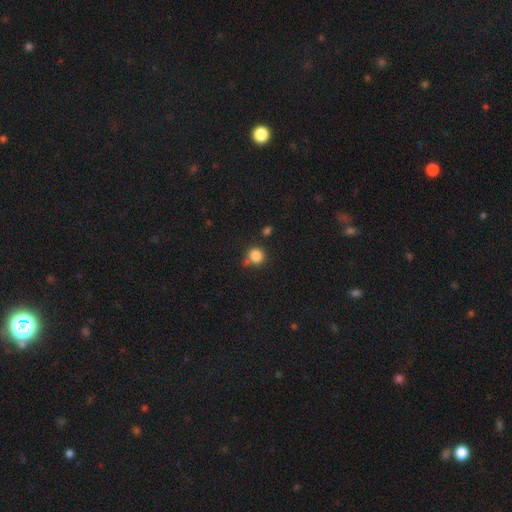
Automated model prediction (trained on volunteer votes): smooth 84%, star or artifact 11%, featured or disk 4%. Down the decision tree: how rounded — round (87%); merging — none (68%).